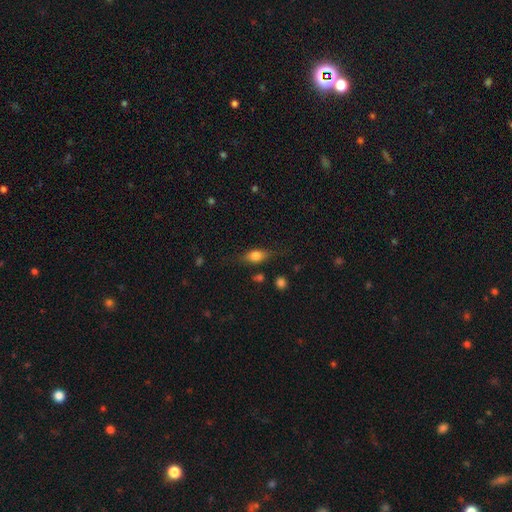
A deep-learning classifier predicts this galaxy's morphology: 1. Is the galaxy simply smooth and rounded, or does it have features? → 66% smooth, 25% featured or disk, 9% star or artifact.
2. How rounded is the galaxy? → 73% in between, 15% cigar-shaped, 12% round.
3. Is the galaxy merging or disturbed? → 71% none, 20% minor disturbance, 7% major disturbance, 2% merger.